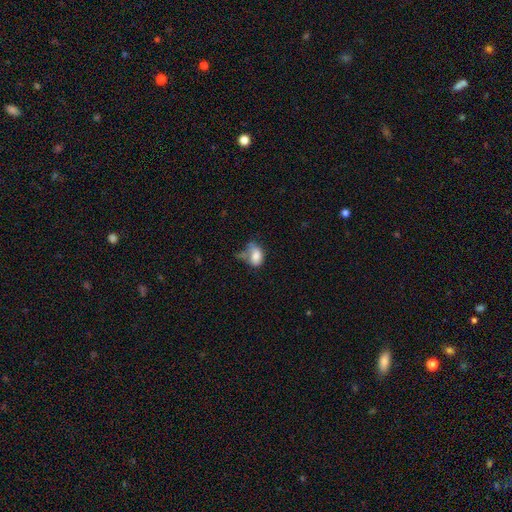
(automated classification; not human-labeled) The model was most divided on "merging" (2-way tie): major disturbance: 29%, minor disturbance: 29%, none: 26%, merger: 17%. More confident: how rounded — in between (81%); smooth or featured — smooth (75%).